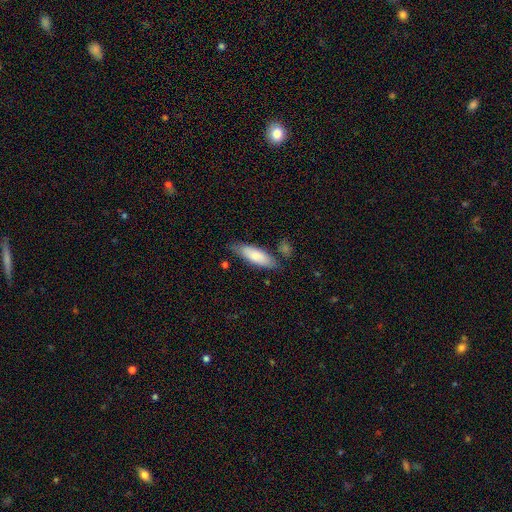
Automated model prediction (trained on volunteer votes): This is likely a smooth galaxy (78%). How rounded: possibly in between (59%). Merging: likely none (71%).